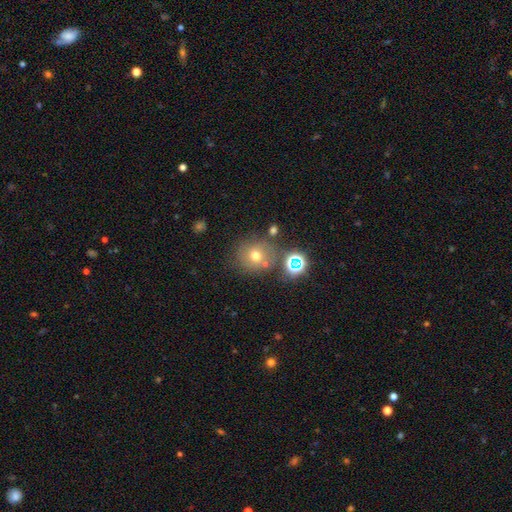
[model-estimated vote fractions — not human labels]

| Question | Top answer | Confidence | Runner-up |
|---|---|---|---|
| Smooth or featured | smooth | 65% | star or artifact (20%) |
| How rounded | round | 87% | in between (12%) |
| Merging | none | 67% | merger (15%) |